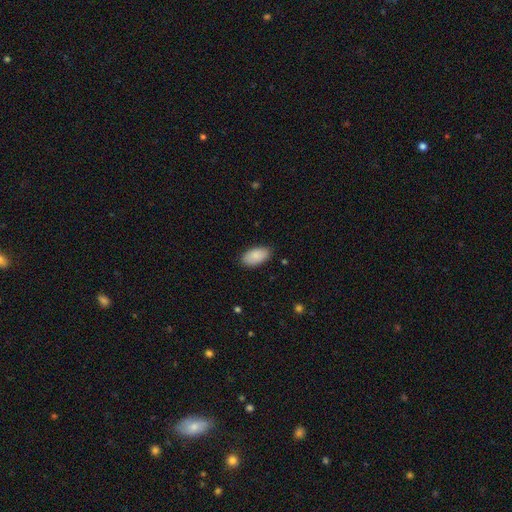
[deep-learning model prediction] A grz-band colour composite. It shows a smooth galaxy with no disk features (88%) that is in between round and cigar-shaped (95%). Merging: none (85%).